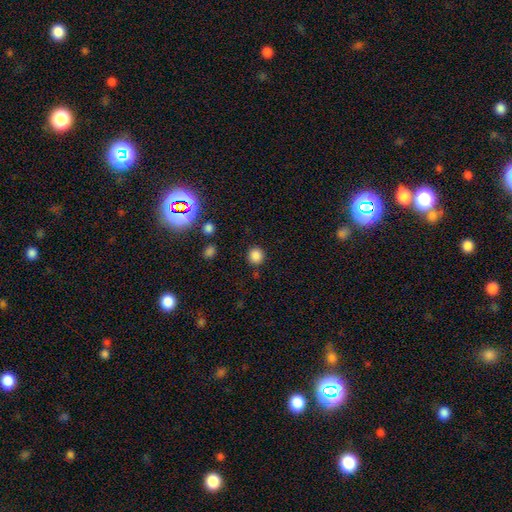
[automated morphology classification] smooth_or_featured: smooth (p=0.83) [alt: star or artifact p=0.13]
how_rounded: round (p=0.91) [alt: in between p=0.08]
merging: none (p=0.88) [alt: minor disturbance p=0.07]